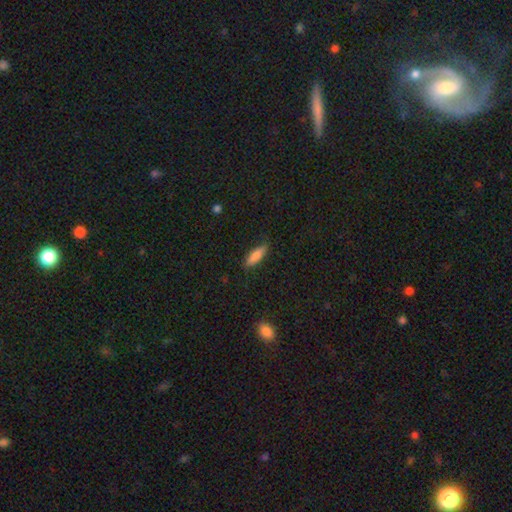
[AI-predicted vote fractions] Smooth or featured?
  - smooth: 82% *
  - featured or disk: 11%
  - star or artifact: 7%
How rounded?
  - cigar-shaped: 52% *
  - in between: 46%
  - round: 2%
Merging?
  - none: 84% *
  - minor disturbance: 12%
  - major disturbance: 3%
  - merger: 1%